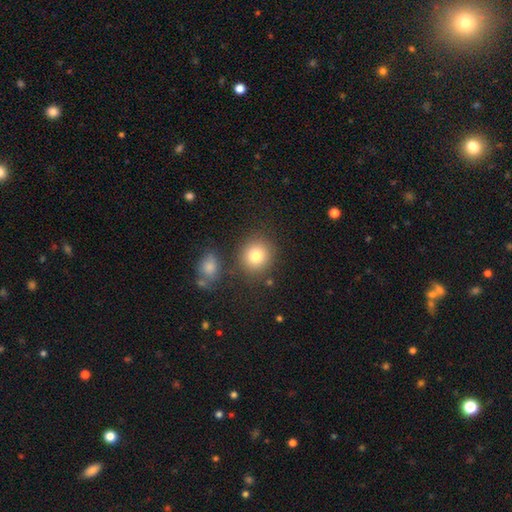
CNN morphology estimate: smooth 80%, star or artifact 11%, featured or disk 9%. Down the decision tree: how rounded — round (87%); merging — none (81%).